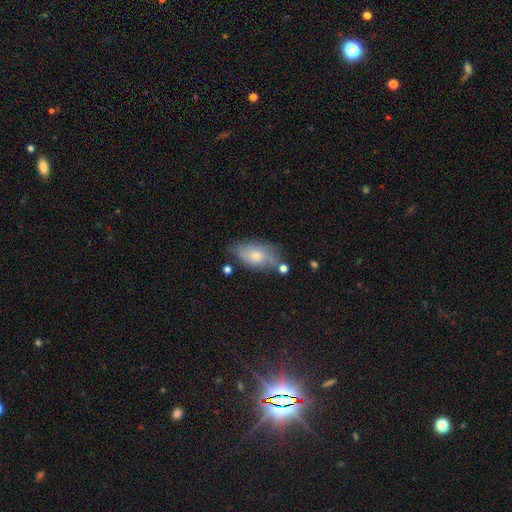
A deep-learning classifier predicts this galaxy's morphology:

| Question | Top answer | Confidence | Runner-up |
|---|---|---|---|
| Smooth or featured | smooth | 63% | featured or disk (30%) |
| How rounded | in between | 90% | round (6%) |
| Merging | none | 58% | minor disturbance (27%) |